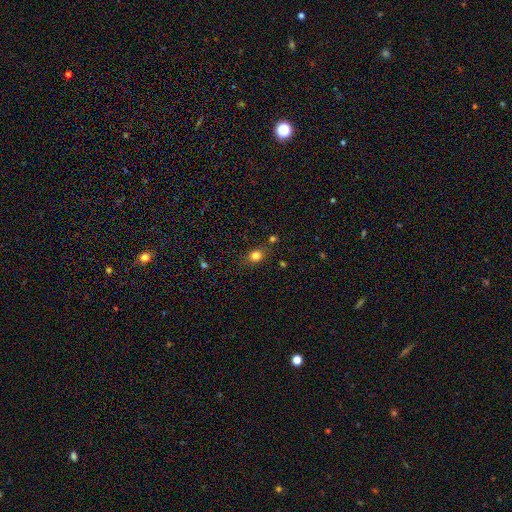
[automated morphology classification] smooth_or_featured: smooth (p=0.81) [alt: star or artifact p=0.12]
how_rounded: in between (p=0.51) [alt: round p=0.47]
merging: none (p=0.78) [alt: minor disturbance p=0.14]